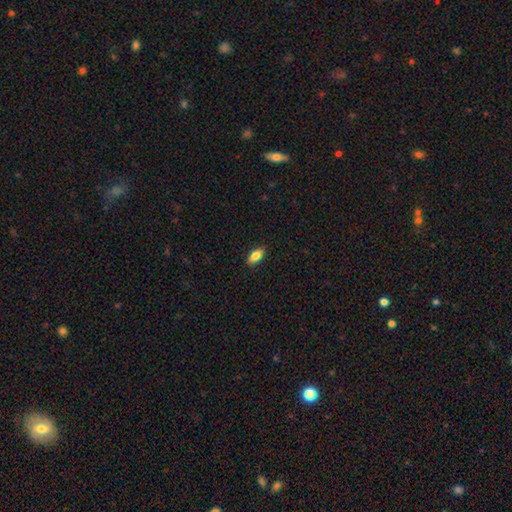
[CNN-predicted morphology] Overall: smooth (81%). How rounded: in between (88%). Merging: none (89%).